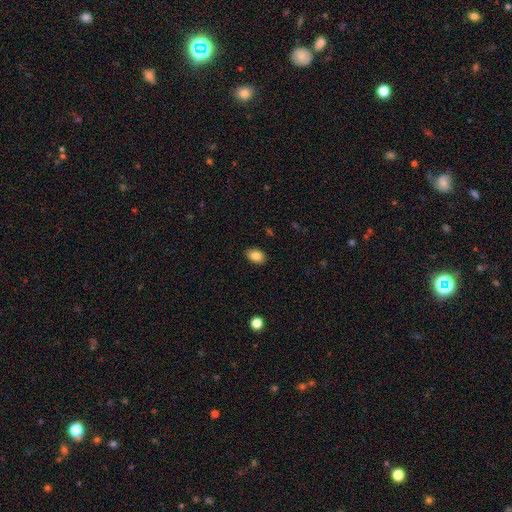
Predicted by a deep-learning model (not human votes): smooth_or_featured: smooth (p=0.85) [alt: star or artifact p=0.08]
how_rounded: in between (p=0.84) [alt: round p=0.15]
merging: none (p=0.88) [alt: minor disturbance p=0.09]